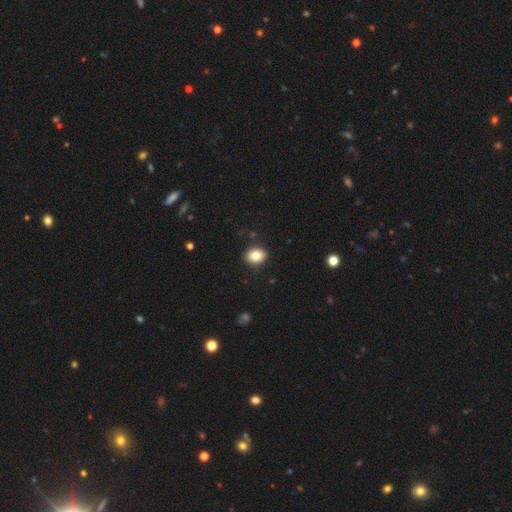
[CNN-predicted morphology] Smooth or featured?
  - smooth: 85% *
  - star or artifact: 9%
  - featured or disk: 6%
How rounded?
  - in between: 59% *
  - round: 40%
  - cigar-shaped: 1%
Merging?
  - none: 89% *
  - minor disturbance: 8%
  - major disturbance: 2%
  - merger: 1%